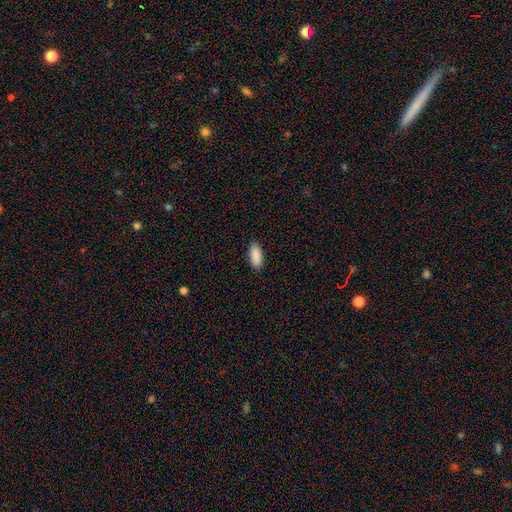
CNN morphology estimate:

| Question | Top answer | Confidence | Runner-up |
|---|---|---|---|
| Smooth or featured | smooth | 91% | star or artifact (6%) |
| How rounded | in between | 87% | cigar-shaped (11%) |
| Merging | none | 89% | minor disturbance (8%) |